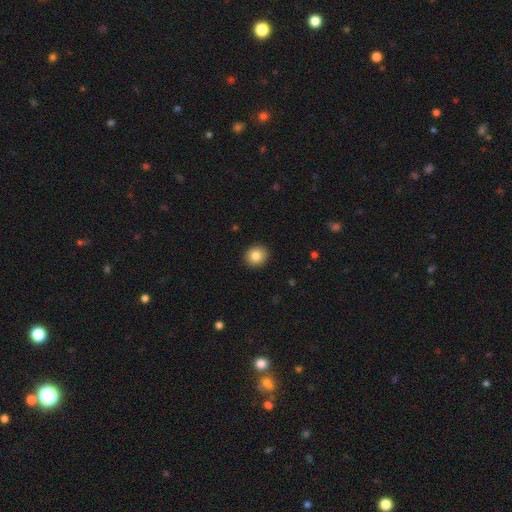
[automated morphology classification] Smooth or featured?
  - smooth: 84% *
  - star or artifact: 9%
  - featured or disk: 7%
How rounded?
  - round: 81% *
  - in between: 18%
  - cigar-shaped: 1%
Merging?
  - none: 92% *
  - minor disturbance: 6%
  - major disturbance: 2%
  - merger: 1%